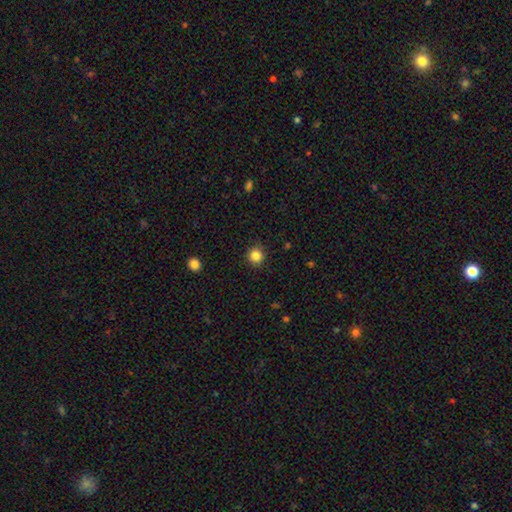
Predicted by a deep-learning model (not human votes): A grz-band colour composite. It shows a smooth galaxy with no disk features (85%) that is round (93%). Merging: none (90%).